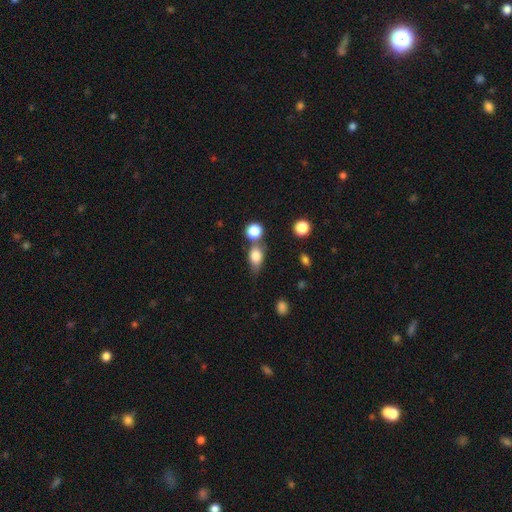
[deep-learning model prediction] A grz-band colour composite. It shows a smooth galaxy with no disk features (81%) that is in between round and cigar-shaped (69%). Merging: none (48%).